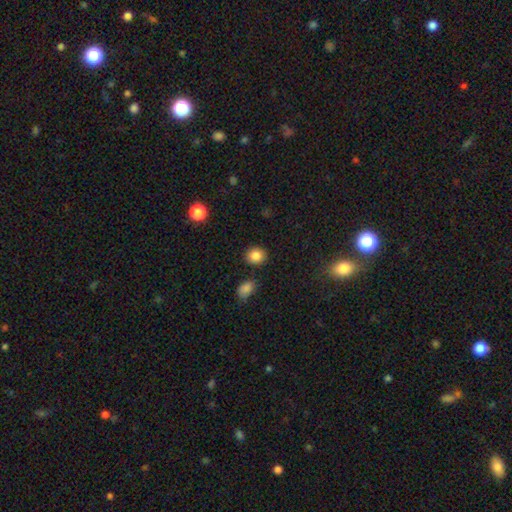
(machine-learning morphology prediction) Smooth or featured? Predicted: smooth (p=0.85). How rounded? Predicted: round (p=0.76). Merging? Predicted: none (p=0.87).